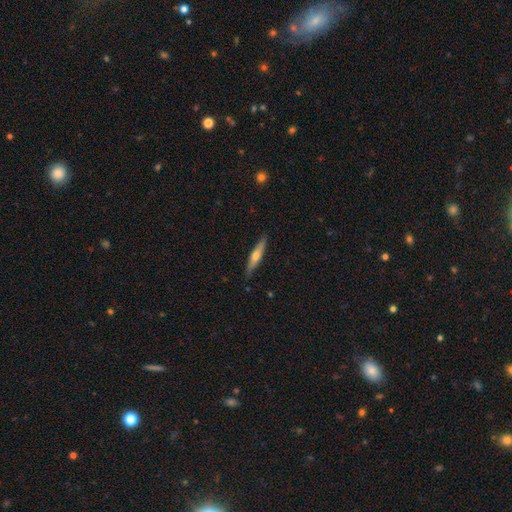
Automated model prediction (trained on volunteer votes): smooth-or-featured: featured or disk: 48% | smooth: 46% | star or artifact: 6%
  merging: none: 88% | minor disturbance: 9% | major disturbance: 2% | merger: 1%